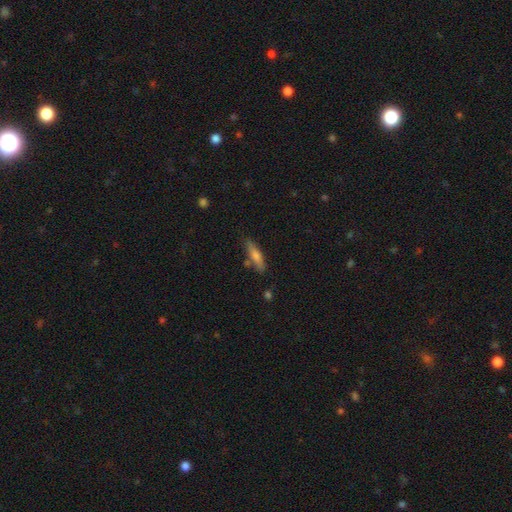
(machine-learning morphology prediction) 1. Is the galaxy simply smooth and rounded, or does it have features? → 58% smooth, 33% featured or disk, 8% star or artifact.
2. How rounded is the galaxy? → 78% cigar-shaped, 20% in between, 2% round.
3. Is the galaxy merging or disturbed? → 77% none, 15% minor disturbance, 5% merger, 3% major disturbance.